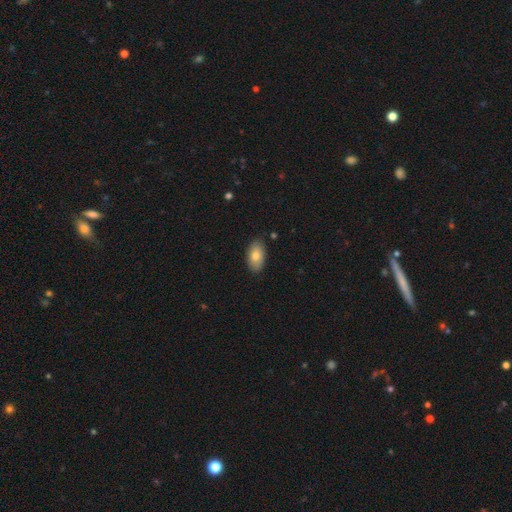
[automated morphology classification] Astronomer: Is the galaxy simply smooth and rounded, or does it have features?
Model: smooth — 79%.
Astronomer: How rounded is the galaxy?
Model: in between — 94%.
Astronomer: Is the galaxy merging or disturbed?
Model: none — 84%.